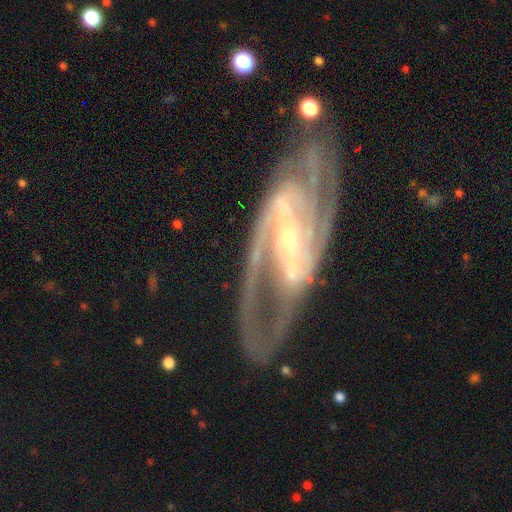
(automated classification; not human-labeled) Smooth or featured: featured or disk — 91% (star or artifact — 5%)
Edge-on disk: no — 93% (yes — 7%)
Bar: strong — 67% (weak — 22%)
Spiral arms: yes — 98% (no — 2%)
Spiral winding: medium — 51% (tight — 37%)
Spiral arm count: 2 — 60% (3 — 16%)
Bulge size: small — 77% (moderate — 18%)
Merging: none — 73% (minor disturbance — 15%)